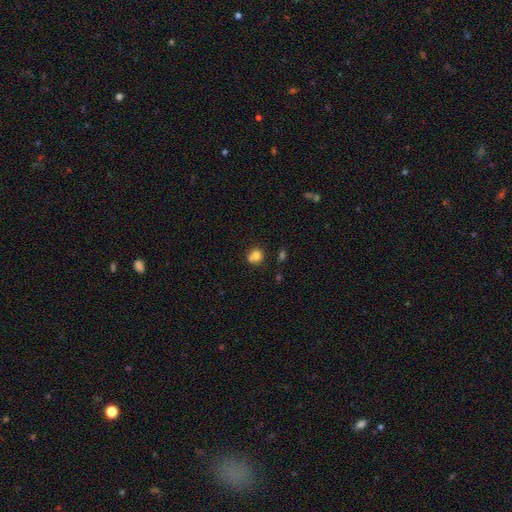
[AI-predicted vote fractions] Q: Smooth or featured?
A: smooth (78%); runner-up: star or artifact (11%)
Q: How rounded?
A: round (80%); runner-up: in between (20%)
Q: Merging?
A: none (58%); runner-up: minor disturbance (18%)